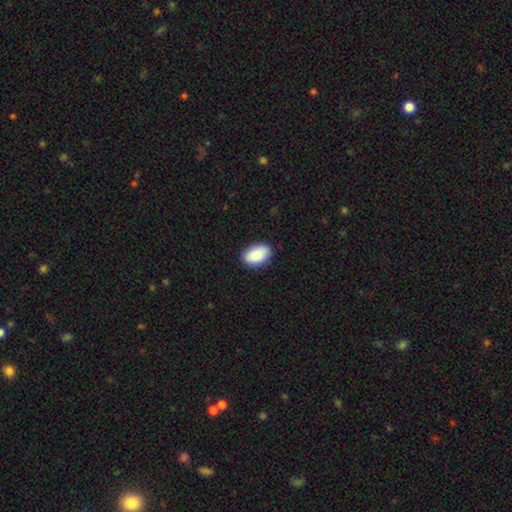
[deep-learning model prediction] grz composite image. It shows a smooth galaxy with no disk features (90%) that is in between round and cigar-shaped (93%). Merging: none (86%).